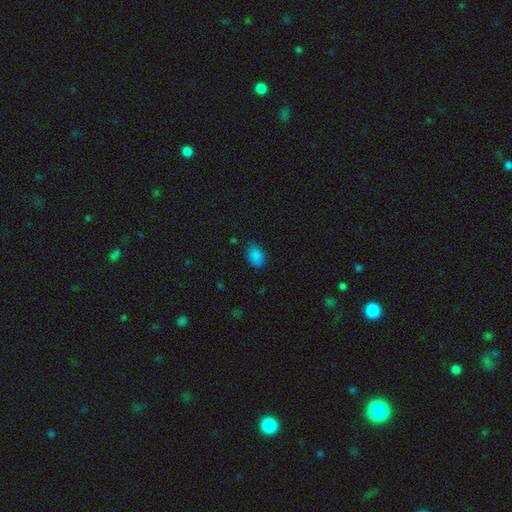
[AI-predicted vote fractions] Smooth or featured? smooth (85%)
How rounded? in between (86%)
Merging? none (78%)